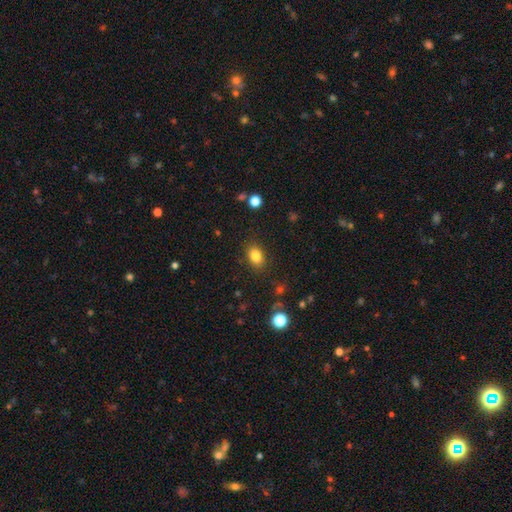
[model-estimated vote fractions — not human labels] Smooth or featured? smooth (83%)
How rounded? in between (72%)
Merging? none (85%)